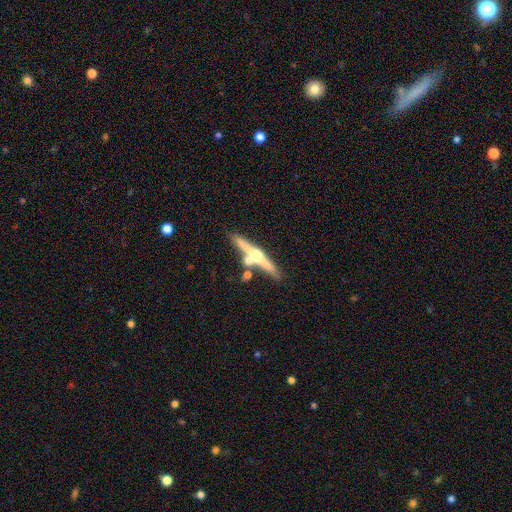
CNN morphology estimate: A featured or disk galaxy (73%) viewed edge-on (96%) with a rounded central bulge (94%). Merging: none (66%).